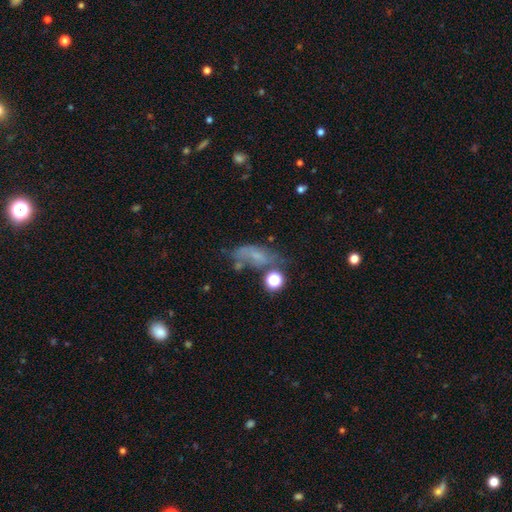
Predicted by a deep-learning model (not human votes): Smooth or featured: smooth — 48% (featured or disk — 32%)
Merging: none — 35% (major disturbance — 28%)